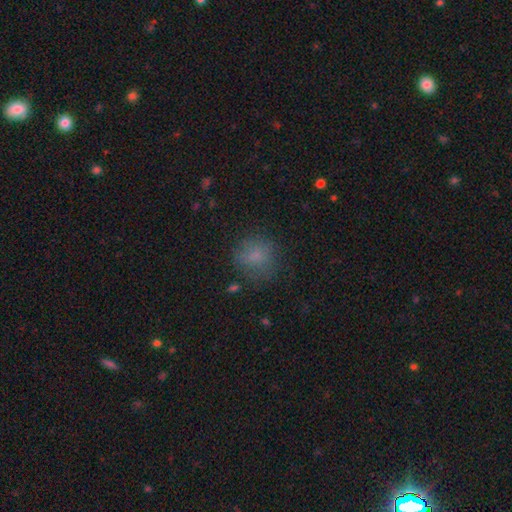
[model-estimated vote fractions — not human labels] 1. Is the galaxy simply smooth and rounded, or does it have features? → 77% smooth, 14% star or artifact, 9% featured or disk.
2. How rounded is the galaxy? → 80% round, 19% in between, 1% cigar-shaped.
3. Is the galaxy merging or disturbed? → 72% none, 18% minor disturbance, 9% major disturbance, 2% merger.